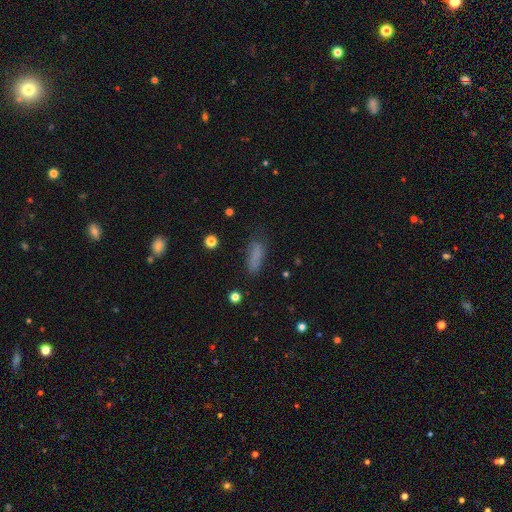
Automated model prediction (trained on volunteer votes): Smooth or featured: smooth — 78% (star or artifact — 12%)
How rounded: in between — 59% (cigar-shaped — 38%)
Merging: none — 64% (minor disturbance — 24%)